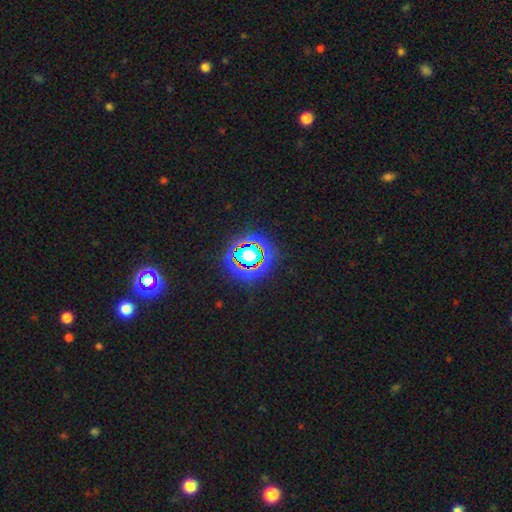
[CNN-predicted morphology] The model was most divided on "smooth or featured": star or artifact: 77%, smooth: 14%, featured or disk: 8%.